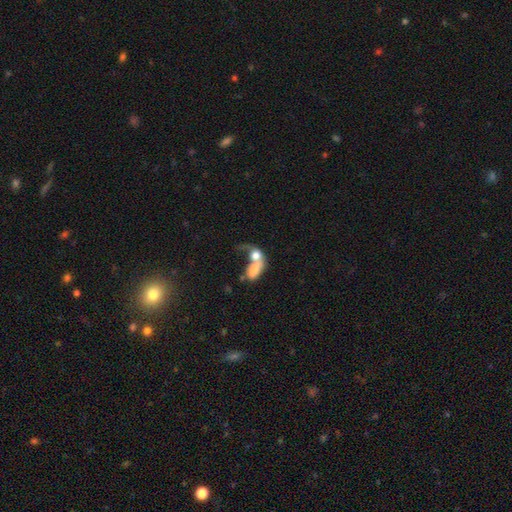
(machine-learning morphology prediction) Q: Smooth or featured?
A: smooth (61%); runner-up: featured or disk (30%)
Q: How rounded?
A: in between (74%); runner-up: round (21%)
Q: Merging?
A: merger (65%); runner-up: major disturbance (20%)